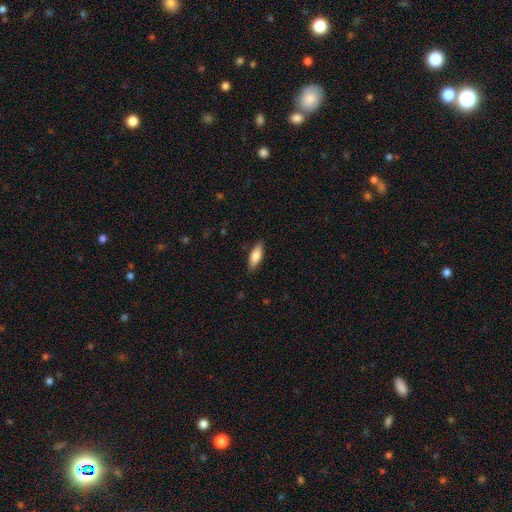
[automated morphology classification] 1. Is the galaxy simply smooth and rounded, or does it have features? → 76% smooth, 17% featured or disk, 6% star or artifact.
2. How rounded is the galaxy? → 63% in between, 35% cigar-shaped, 2% round.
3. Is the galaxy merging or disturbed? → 86% none, 10% minor disturbance, 2% major disturbance, 1% merger.